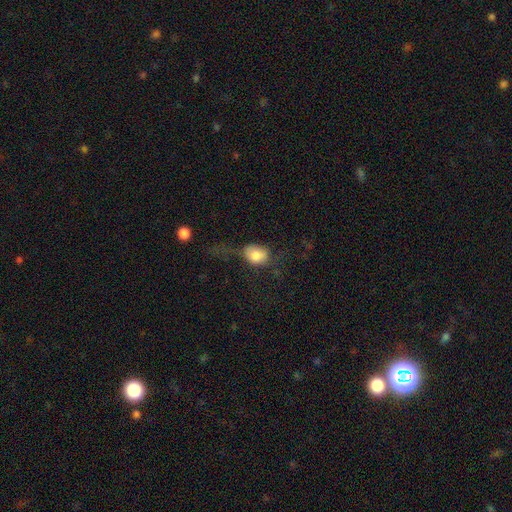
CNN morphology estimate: Overall: smooth (75%). How rounded: in between (63%; round 35%). Merging: major disturbance (38%; none 33%).